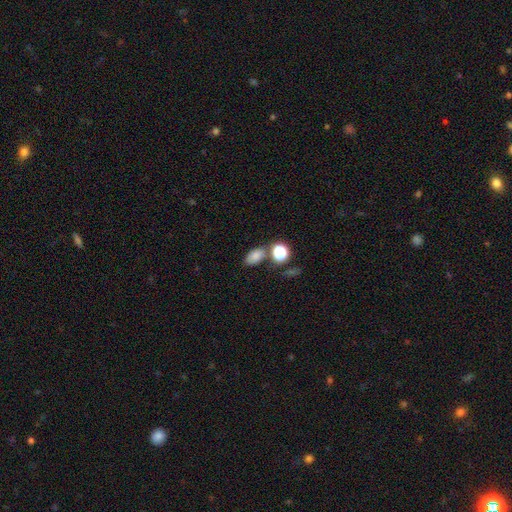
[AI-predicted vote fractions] smooth_or_featured: smooth (p=0.76) [alt: star or artifact p=0.15]
how_rounded: in between (p=0.84) [alt: round p=0.14]
merging: none (p=0.65) [alt: merger p=0.15]